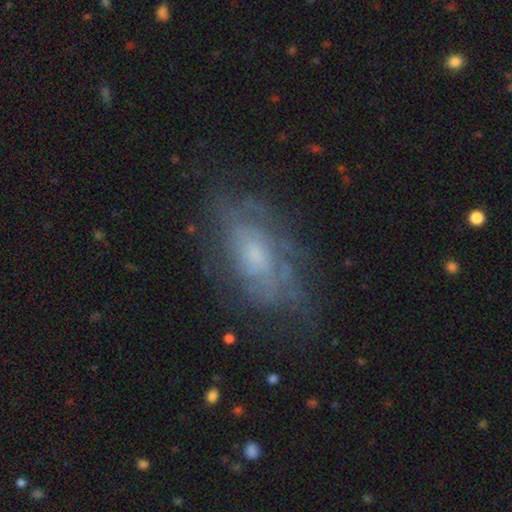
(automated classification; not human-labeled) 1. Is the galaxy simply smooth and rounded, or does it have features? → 68% featured or disk, 23% smooth, 9% star or artifact.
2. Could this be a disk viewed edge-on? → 92% no, 8% yes.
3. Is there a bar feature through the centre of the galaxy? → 76% no, 21% weak, 3% strong.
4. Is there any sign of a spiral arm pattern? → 72% yes, 28% no.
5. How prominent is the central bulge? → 46% small, 40% moderate, 7% none, 6% large, 1% dominant.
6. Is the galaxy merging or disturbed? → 68% none, 20% minor disturbance, 11% major disturbance, 2% merger.